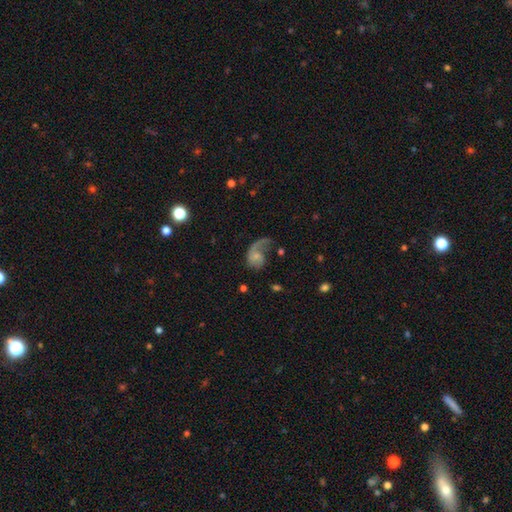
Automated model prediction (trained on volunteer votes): This appears to be a featured or disk galaxy (67%) with no bar (74%), 1 (81%) loose (65%) spiral arms (86%) and a small central bulge (59%). Merging: major disturbance (49%).